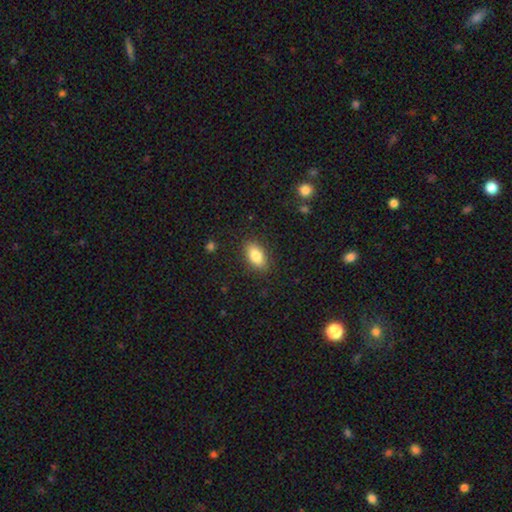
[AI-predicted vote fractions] Smooth or featured? smooth (83%)
How rounded? in between (89%)
Merging? none (86%)